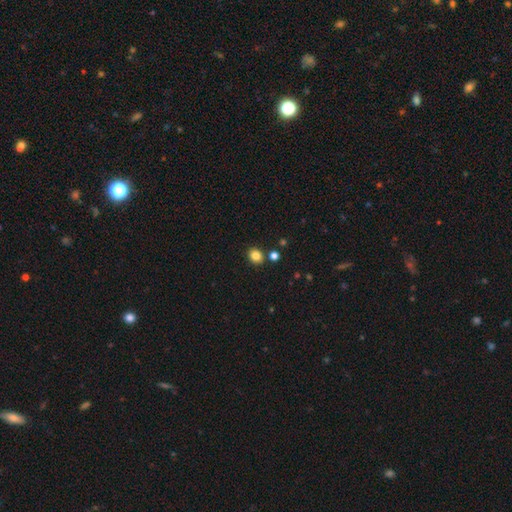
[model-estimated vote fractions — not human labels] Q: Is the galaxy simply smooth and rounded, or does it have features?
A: smooth — 83%.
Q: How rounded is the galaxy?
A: round — 69%.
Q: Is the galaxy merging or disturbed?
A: none — 84%.